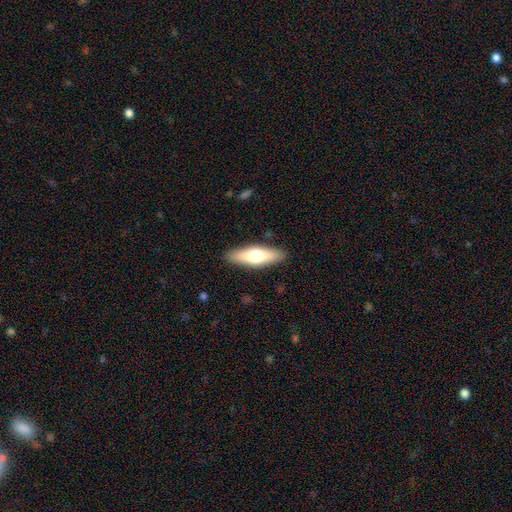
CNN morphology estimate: A smooth galaxy with no disk features (62%) that is cigar-shaped (51%).

Vote fractions:
- Smooth or featured? smooth: 62% / featured or disk: 33% / star or artifact: 6%
- How rounded? cigar-shaped: 51% / in between: 47% / round: 2%
- Merging? none: 89% / minor disturbance: 8% / major disturbance: 2% / merger: 1%